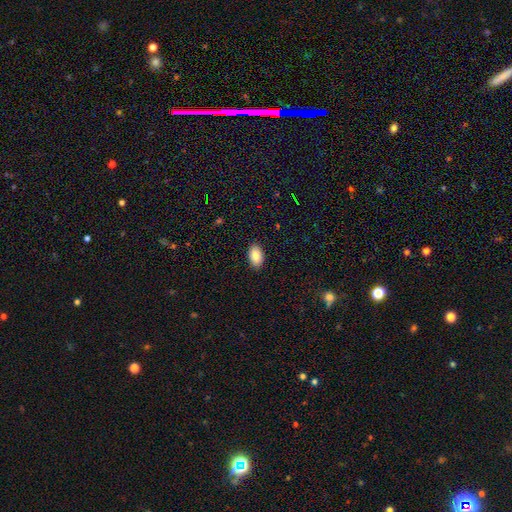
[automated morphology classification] smooth-or-featured: smooth: 86% | star or artifact: 7% | featured or disk: 6%
  how-rounded: in between: 93% | round: 6% | cigar-shaped: 1%
  merging: none: 90% | minor disturbance: 7% | major disturbance: 2% | merger: 1%